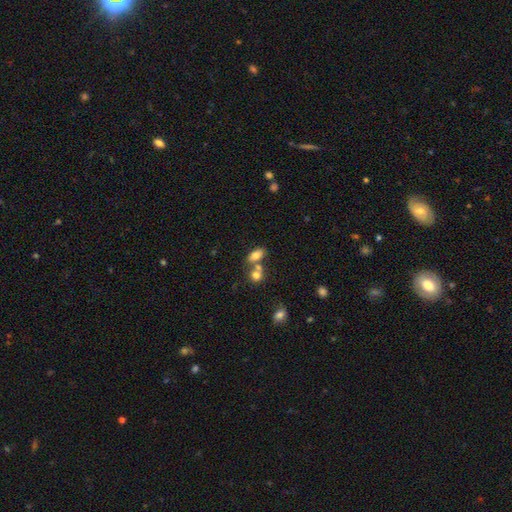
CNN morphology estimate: Smooth or featured: smooth — 76% (featured or disk — 14%)
How rounded: in between — 84% (round — 9%)
Merging: none — 49% (merger — 35%)